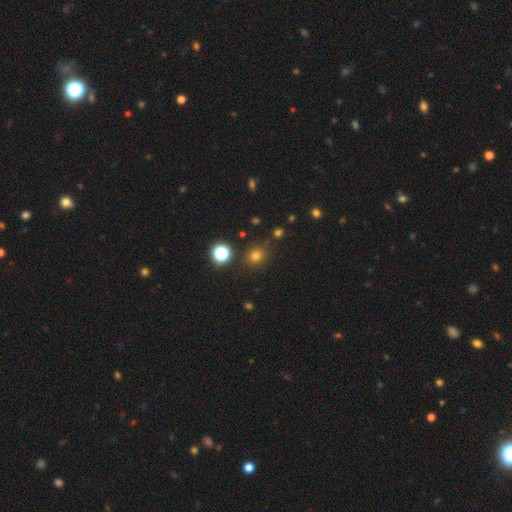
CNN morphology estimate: The model was most divided on "smooth or featured": smooth: 73%, star or artifact: 21%, featured or disk: 5%. More confident: merging — none (84%); how rounded — round (83%).